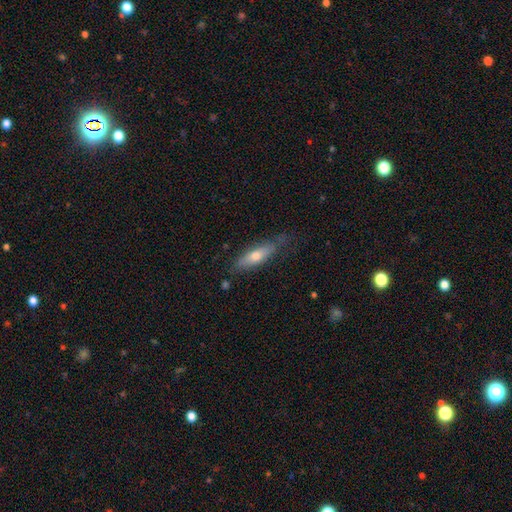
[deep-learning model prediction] A smooth galaxy with no disk features (58%) that is cigar-shaped (63%). Merging: none (69%).